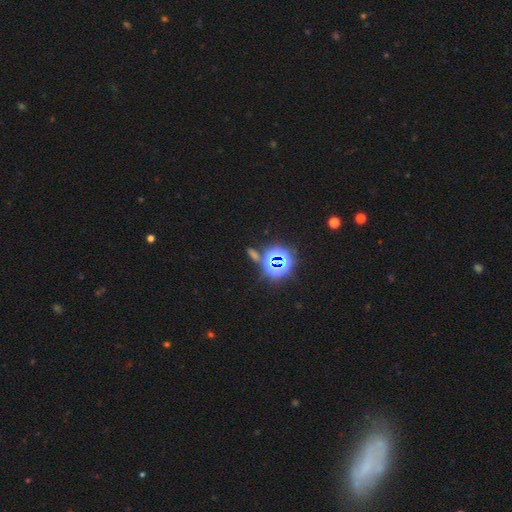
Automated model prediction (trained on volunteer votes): star or artifact 76%, smooth 16%, featured or disk 9%.